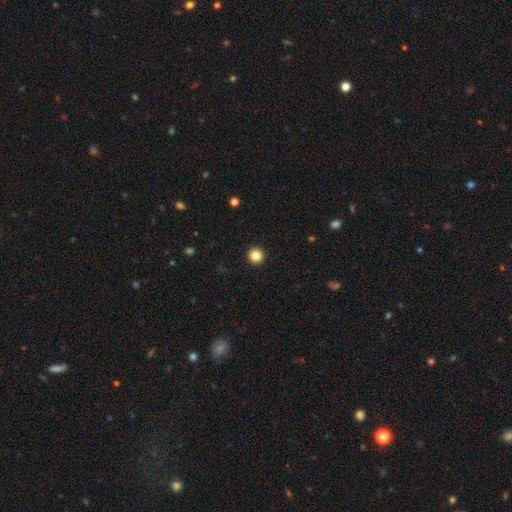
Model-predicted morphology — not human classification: Q: Smooth or featured?
A: smooth (85%); runner-up: star or artifact (11%)
Q: How rounded?
A: round (96%); runner-up: in between (3%)
Q: Merging?
A: none (94%); runner-up: minor disturbance (4%)